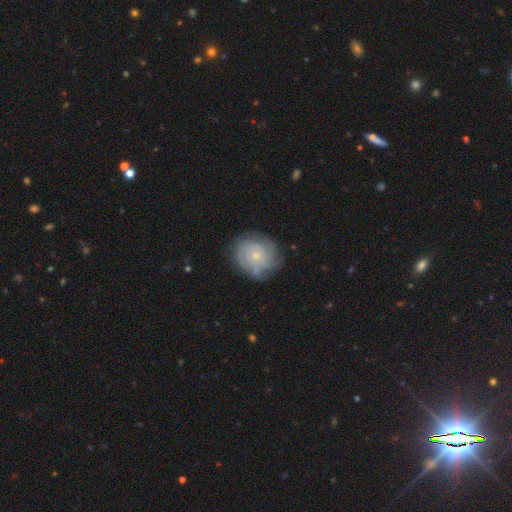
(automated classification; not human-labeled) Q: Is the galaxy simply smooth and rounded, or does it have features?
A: featured or disk — 68%.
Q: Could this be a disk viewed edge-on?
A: no — 98%.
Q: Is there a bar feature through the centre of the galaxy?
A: no — 82%.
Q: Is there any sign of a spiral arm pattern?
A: yes — 89%.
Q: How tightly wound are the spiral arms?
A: tight — 66%.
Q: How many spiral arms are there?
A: can't tell — 43%.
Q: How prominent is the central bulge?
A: small — 73%.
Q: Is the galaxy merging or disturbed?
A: none — 74%.